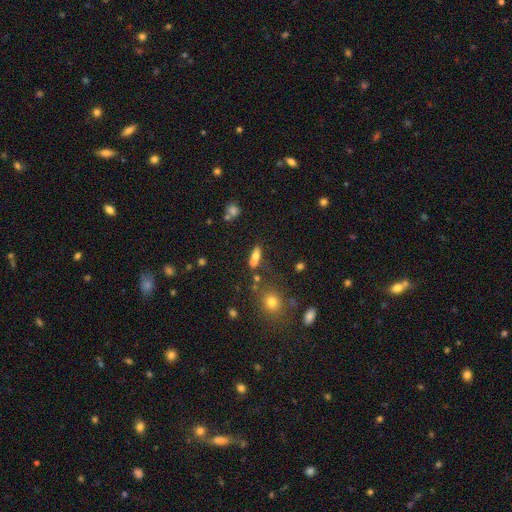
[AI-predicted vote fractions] A smooth galaxy with no disk features (67%) that is in between round and cigar-shaped (67%). Merging: merger (43%).